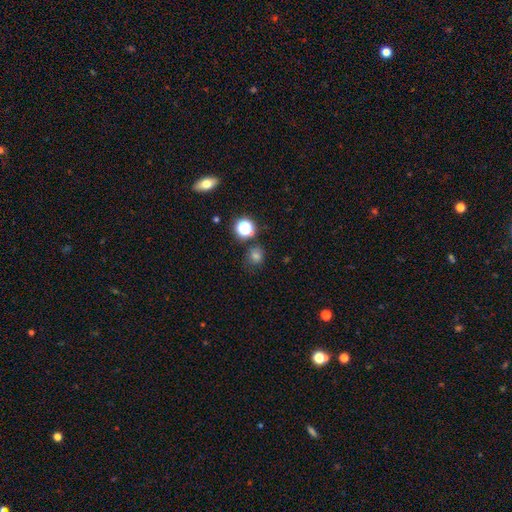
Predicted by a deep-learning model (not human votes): This is likely a smooth galaxy (67%). How rounded: likely round (79%). Merging: likely none (76%).